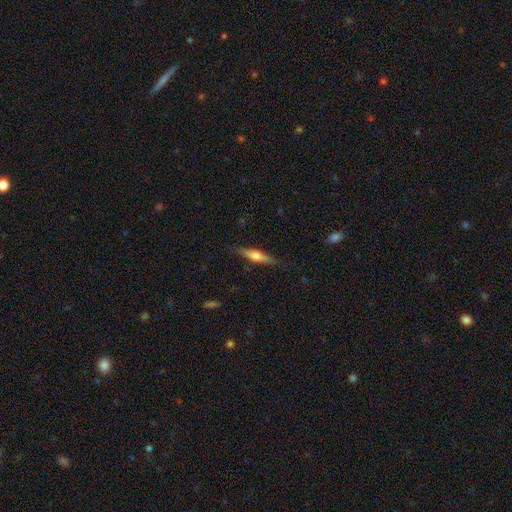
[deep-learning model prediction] Q: Smooth or featured?
A: featured or disk (47%); tied with: smooth (47%)
Q: Merging?
A: none (86%); runner-up: minor disturbance (11%)